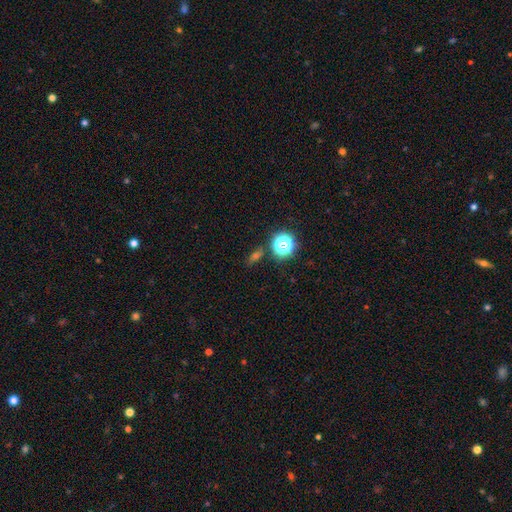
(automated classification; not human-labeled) smooth_or_featured: star or artifact (p=0.47) [alt: smooth p=0.41]